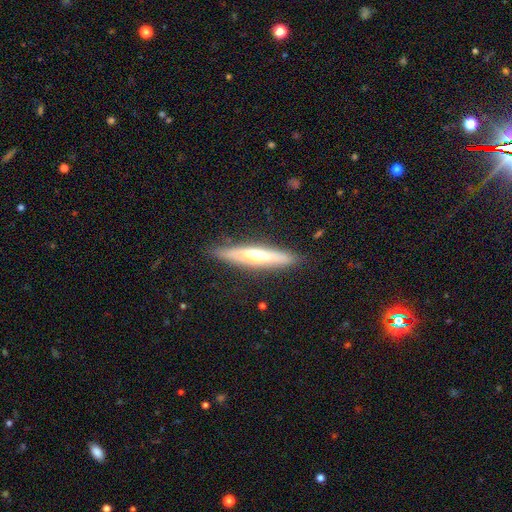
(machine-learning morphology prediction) The model was most divided on "smooth or featured": featured or disk: 53%, smooth: 40%, star or artifact: 6%. More confident: edge-on disk — yes (89%); merging — none (86%).